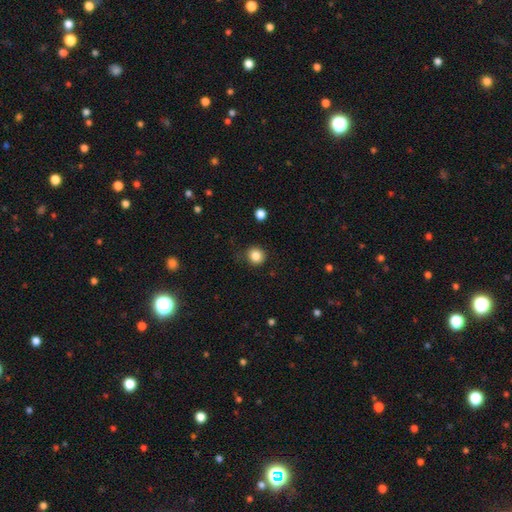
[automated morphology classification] This appears to be a smooth galaxy with no disk features (84%) that is round (89%). Merging: none (83%).